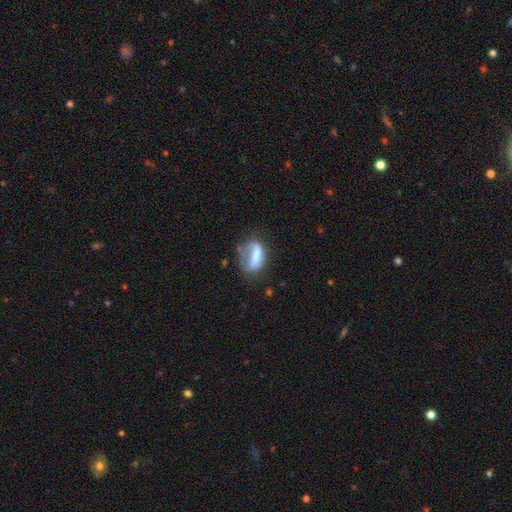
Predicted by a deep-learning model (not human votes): A smooth galaxy with no disk features (66%) that is in between round and cigar-shaped (80%).

Vote fractions:
- Smooth or featured? smooth: 66% / featured or disk: 25% / star or artifact: 9%
- How rounded? in between: 80% / round: 10% / cigar-shaped: 10%
- Merging? none: 35% / major disturbance: 30% / minor disturbance: 29% / merger: 7%